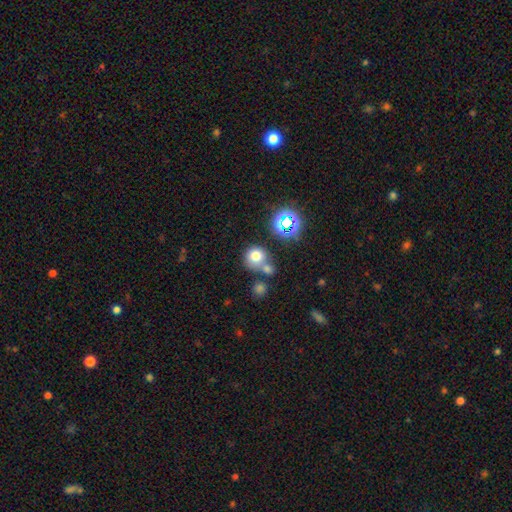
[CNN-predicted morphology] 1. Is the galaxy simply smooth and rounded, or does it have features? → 73% smooth, 17% star or artifact, 10% featured or disk.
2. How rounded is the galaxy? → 87% round, 12% in between, 1% cigar-shaped.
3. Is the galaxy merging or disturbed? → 55% none, 30% merger, 11% minor disturbance, 5% major disturbance.